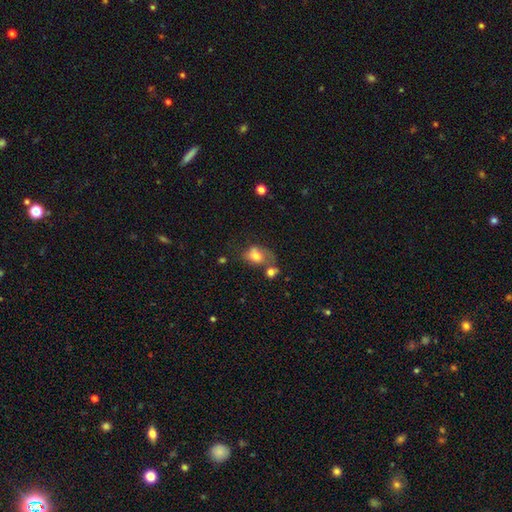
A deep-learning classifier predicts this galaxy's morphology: Smooth or featured? Predicted: smooth (p=0.69). How rounded? Predicted: in between (p=0.70). Merging? Predicted: merger (p=0.33).